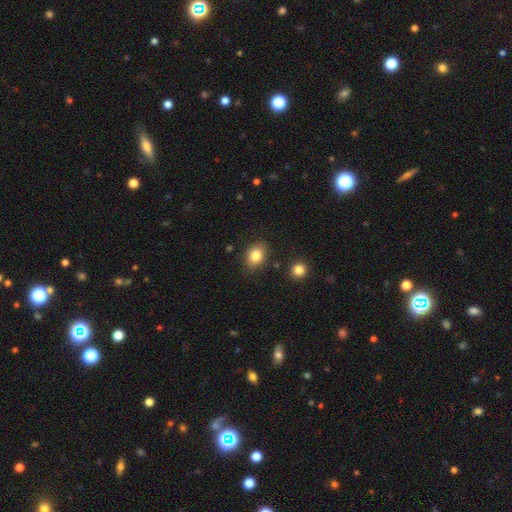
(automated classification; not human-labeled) smooth 83%, star or artifact 9%, featured or disk 8%. Down the decision tree: how rounded — in between (71%); merging — none (83%).